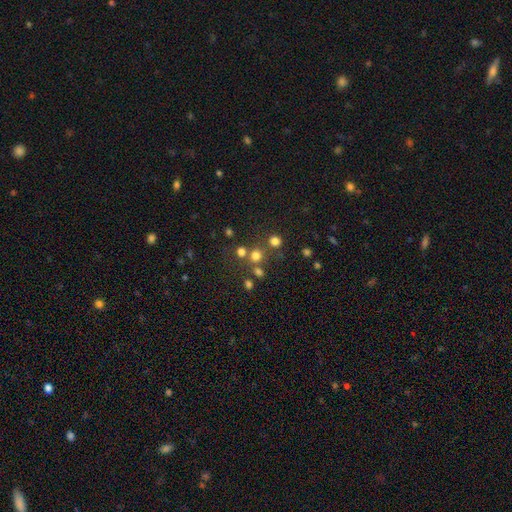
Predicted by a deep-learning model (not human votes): This appears to be a smooth galaxy with no disk features (70%) that is round (89%). Merging: none (67%).